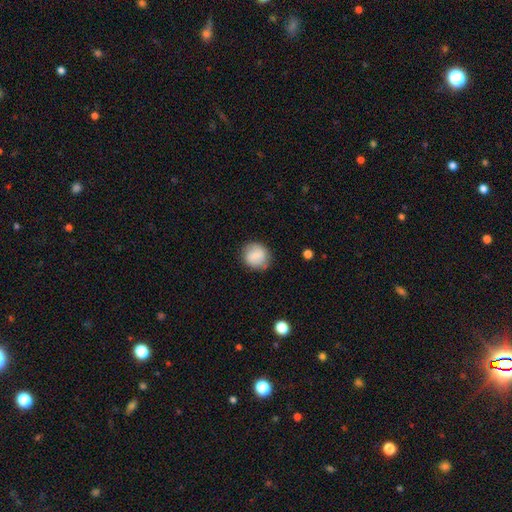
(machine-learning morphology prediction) smooth 78%, featured or disk 14%, star or artifact 8%. Down the decision tree: how rounded — round (84%); merging — none (83%).